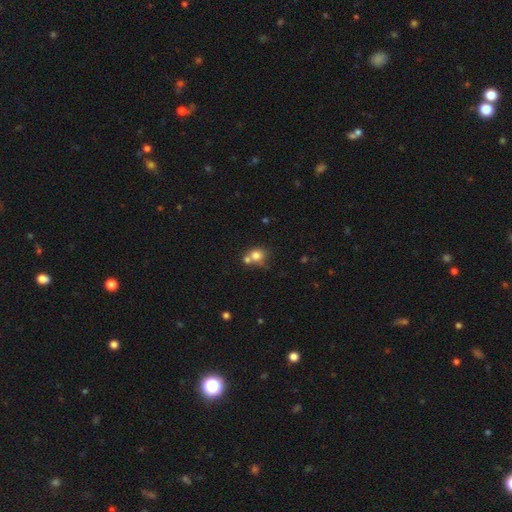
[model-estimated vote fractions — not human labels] Morphology: type=smooth (77%); roundness=round (79%); merging=none (45%).